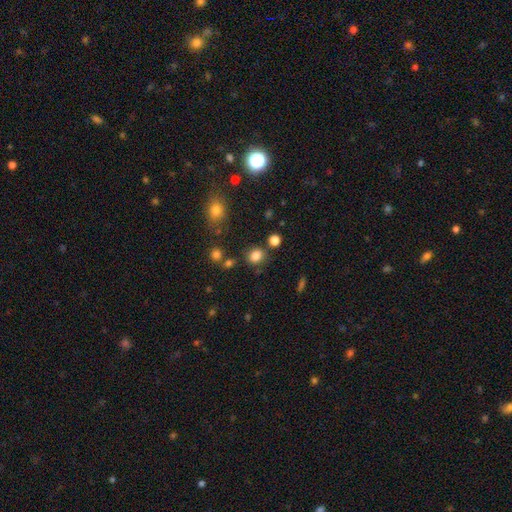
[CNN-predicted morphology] Smooth or featured? smooth (82%)
How rounded? round (66%)
Merging? none (77%)